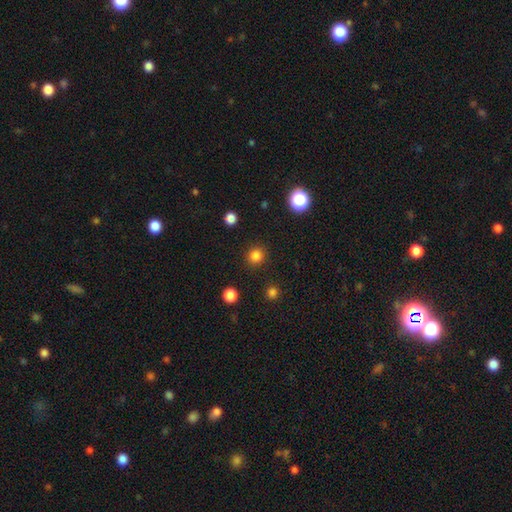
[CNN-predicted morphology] smooth 82%, star or artifact 14%, featured or disk 4%. Down the decision tree: how rounded — round (93%); merging — none (90%).